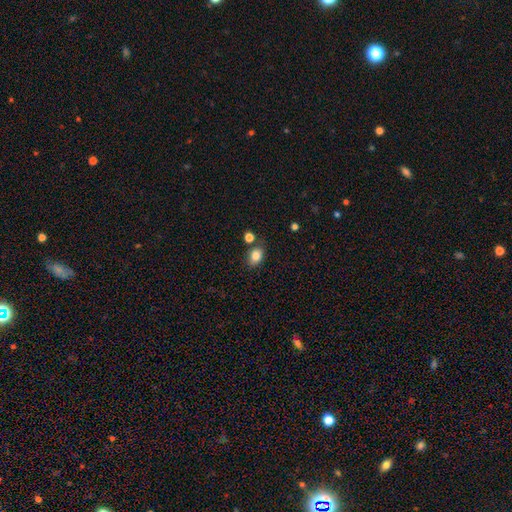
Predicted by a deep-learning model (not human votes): Overall: smooth (83%). How rounded: in between (73%). Merging: none (75%).